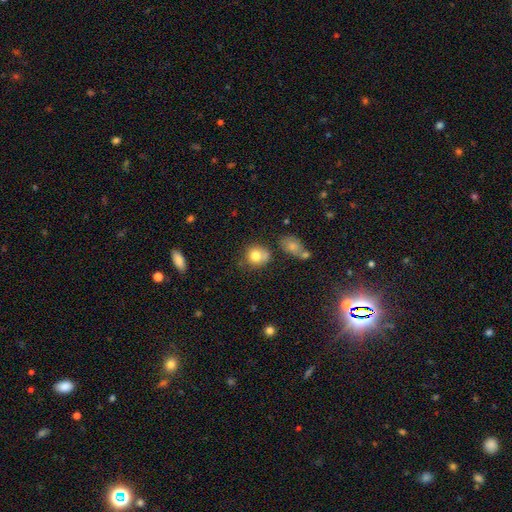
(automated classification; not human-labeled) A smooth galaxy with no disk features (79%) that is round (77%). Merging: none (56%).